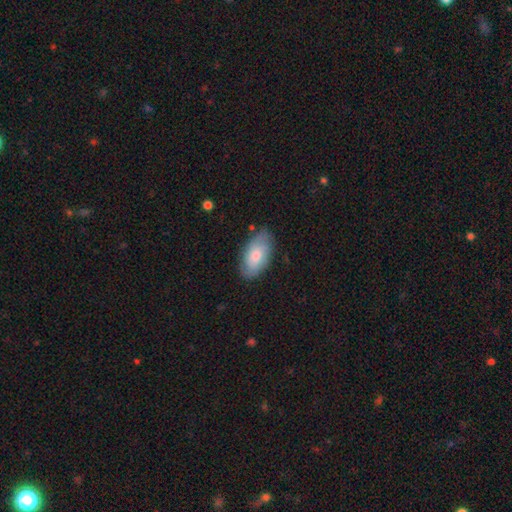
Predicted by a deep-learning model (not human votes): A smooth galaxy with no disk features (71%) that is in between round and cigar-shaped (94%). Merging: none (79%).